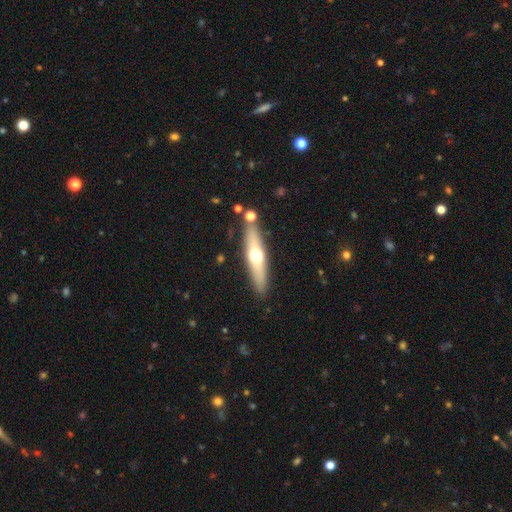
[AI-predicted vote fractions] smooth-or-featured: featured or disk: 49% | smooth: 45% | star or artifact: 6%
  merging: none: 84% | minor disturbance: 9% | merger: 5% | major disturbance: 2%